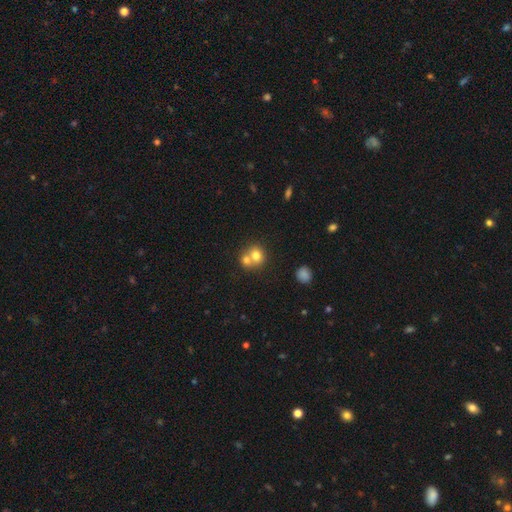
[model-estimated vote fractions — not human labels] Smooth or featured: smooth — 72% (featured or disk — 17%)
How rounded: round — 79% (in between — 20%)
Merging: merger — 58% (none — 34%)